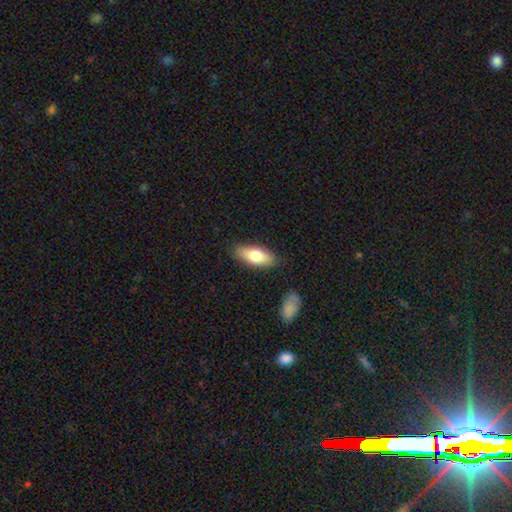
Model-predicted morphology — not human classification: type=smooth (76%); roundness=in between (77%); merging=none (84%).